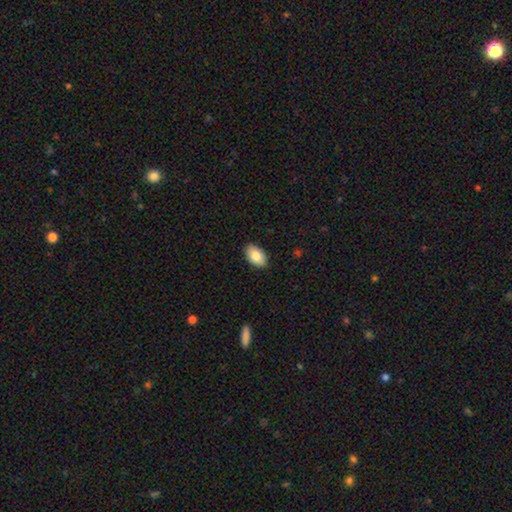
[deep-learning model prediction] Smooth or featured? Predicted: smooth (p=0.84). How rounded? Predicted: in between (p=0.93). Merging? Predicted: none (p=0.89).